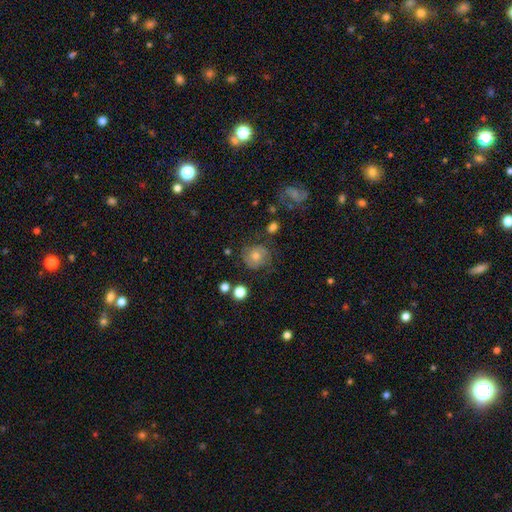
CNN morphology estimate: Overall: featured or disk (45%; smooth 40%). Merging: none (73%).